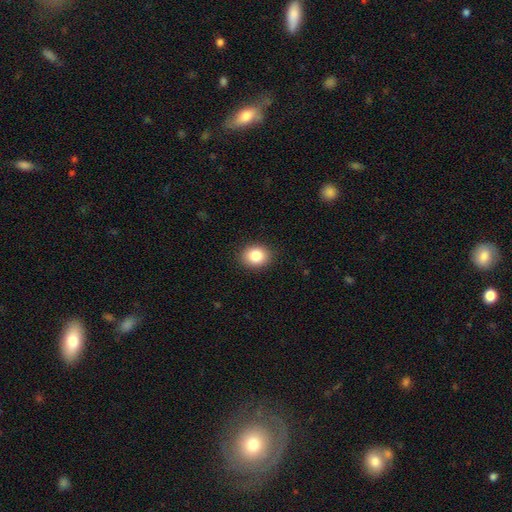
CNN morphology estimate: This is clearly a smooth galaxy (86%). How rounded: possibly round (53%). Merging: clearly none (90%).